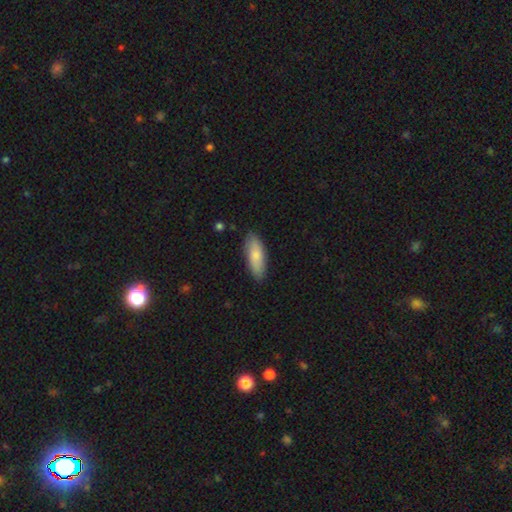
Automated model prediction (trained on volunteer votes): The model was most divided on "how rounded": in between: 67%, cigar-shaped: 31%, round: 2%. More confident: merging — none (86%); smooth or featured — smooth (80%).